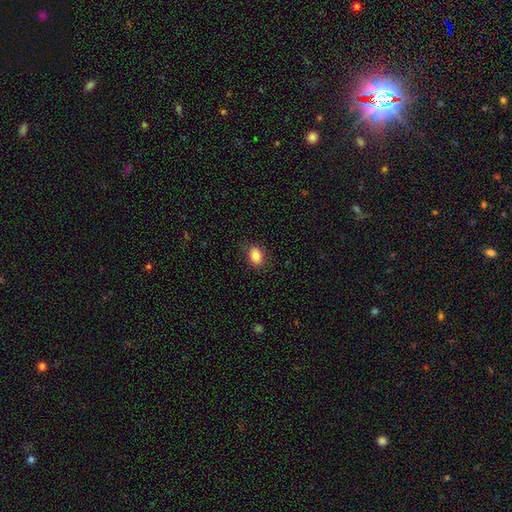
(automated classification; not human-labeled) Morphology: type=smooth (84%); roundness=in between (67%); merging=none (85%).